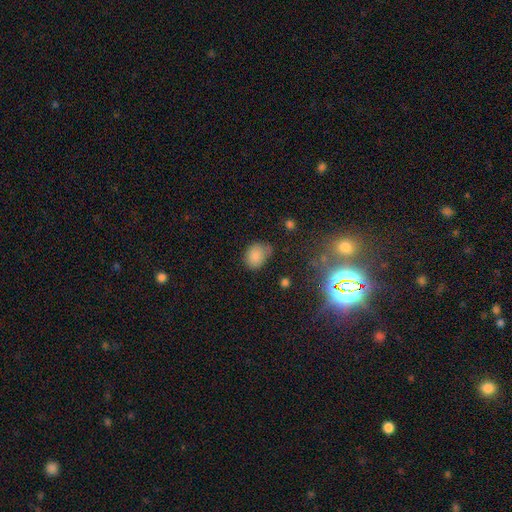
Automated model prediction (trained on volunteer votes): Smooth or featured? Predicted: smooth (p=0.82). How rounded? Predicted: in between (p=0.57). Merging? Predicted: none (p=0.56).